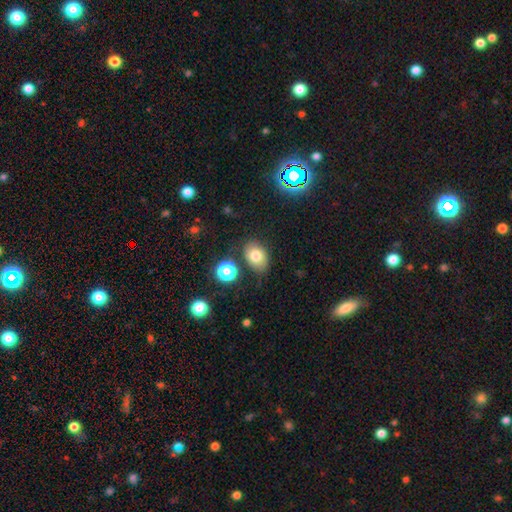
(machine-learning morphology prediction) smooth_or_featured: smooth (p=0.76) [alt: featured or disk p=0.12]
how_rounded: in between (p=0.73) [alt: round p=0.26]
merging: none (p=0.74) [alt: minor disturbance p=0.17]